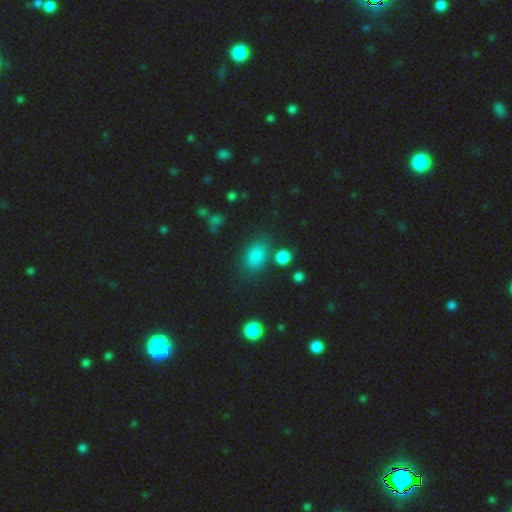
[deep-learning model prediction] Overall: smooth (80%). How rounded: in between (79%). Merging: none (76%).